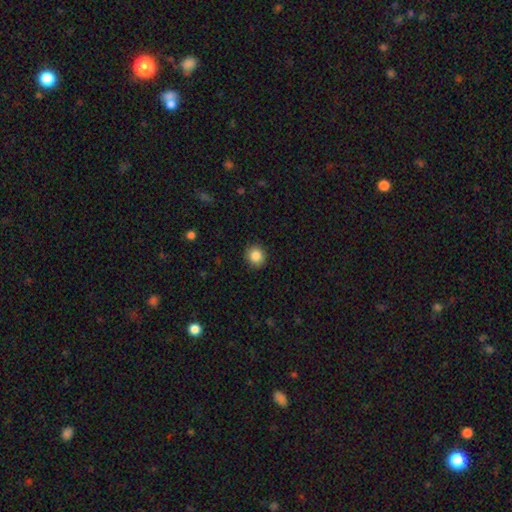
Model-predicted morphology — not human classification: smooth-or-featured: smooth: 86% | star or artifact: 9% | featured or disk: 5%
  how-rounded: round: 81% | in between: 18% | cigar-shaped: 1%
  merging: none: 91% | minor disturbance: 6% | major disturbance: 2% | merger: 1%